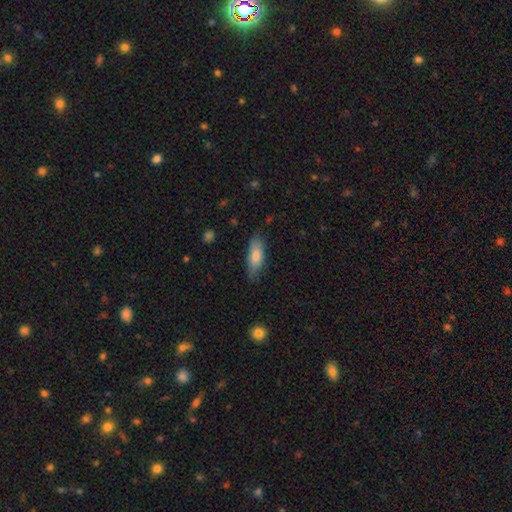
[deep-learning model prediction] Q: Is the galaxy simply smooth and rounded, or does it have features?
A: smooth — 76%.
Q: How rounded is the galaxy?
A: in between — 60%.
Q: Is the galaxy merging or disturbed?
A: none — 79%.